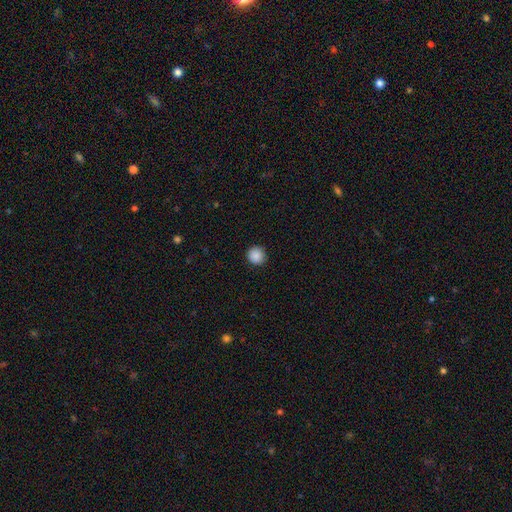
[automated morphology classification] smooth 88%, star or artifact 9%, featured or disk 3%. Down the decision tree: how rounded — round (94%); merging — none (92%).